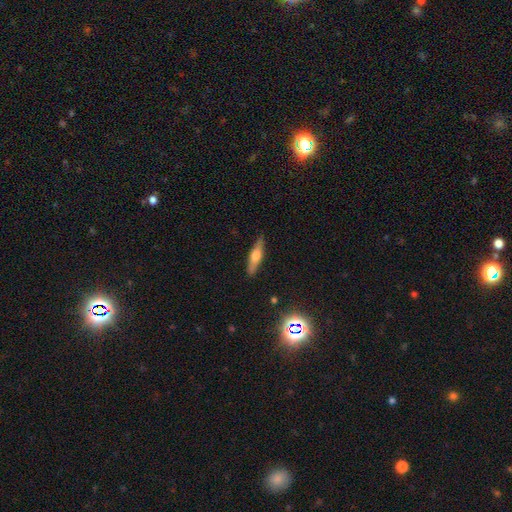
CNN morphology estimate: A featured or disk galaxy (51%) viewed edge-on (93%). Merging: none (88%).